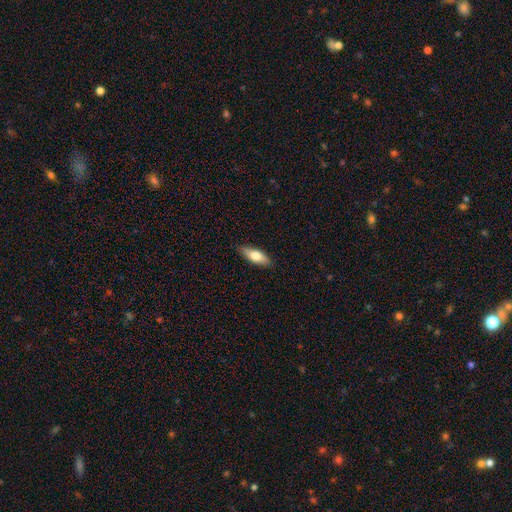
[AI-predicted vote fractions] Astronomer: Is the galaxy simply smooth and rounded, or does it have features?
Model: smooth — 72%.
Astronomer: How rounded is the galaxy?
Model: in between — 67%.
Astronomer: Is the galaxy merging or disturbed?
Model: none — 87%.